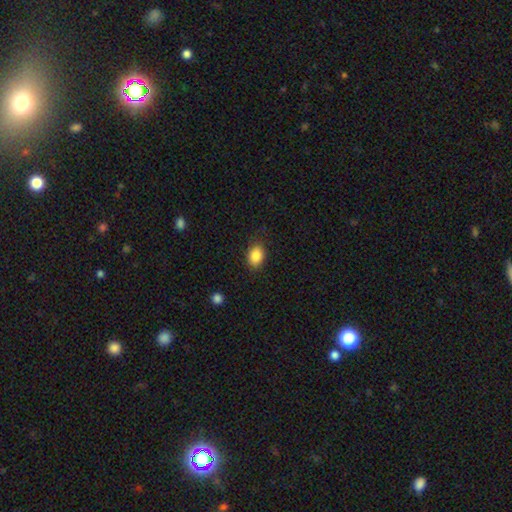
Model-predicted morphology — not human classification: This appears to be a smooth galaxy with no disk features (86%) that is in between round and cigar-shaped (75%). Merging: none (81%).